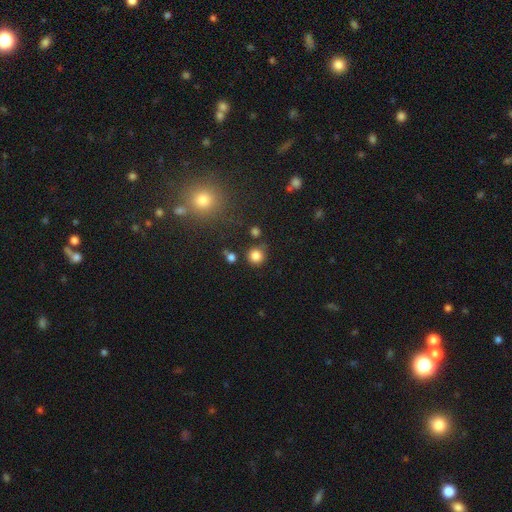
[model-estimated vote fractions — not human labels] Smooth or featured: smooth — 83% (star or artifact — 13%)
How rounded: round — 92% (in between — 7%)
Merging: none — 81% (minor disturbance — 10%)